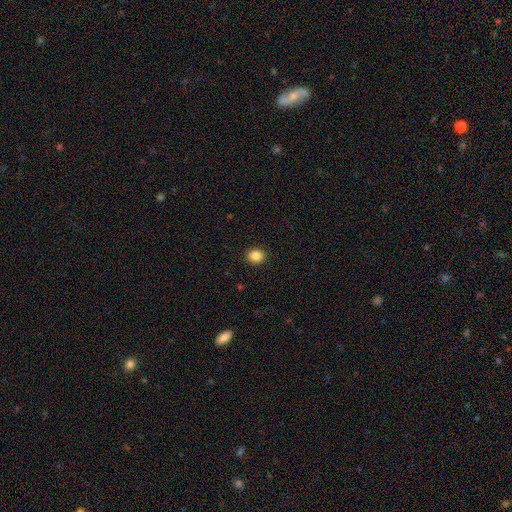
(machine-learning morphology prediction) This is clearly a smooth galaxy (87%). How rounded: likely round (71%). Merging: clearly none (92%).